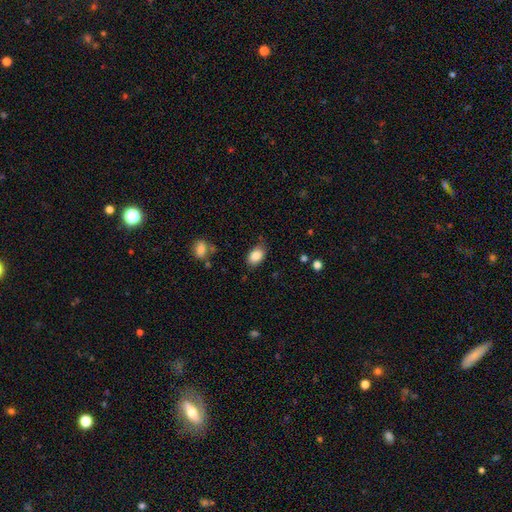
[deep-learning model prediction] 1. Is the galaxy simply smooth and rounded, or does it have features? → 87% smooth, 8% star or artifact, 5% featured or disk.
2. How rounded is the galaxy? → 85% in between, 14% round, 1% cigar-shaped.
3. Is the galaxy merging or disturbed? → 77% none, 17% minor disturbance, 4% major disturbance, 2% merger.